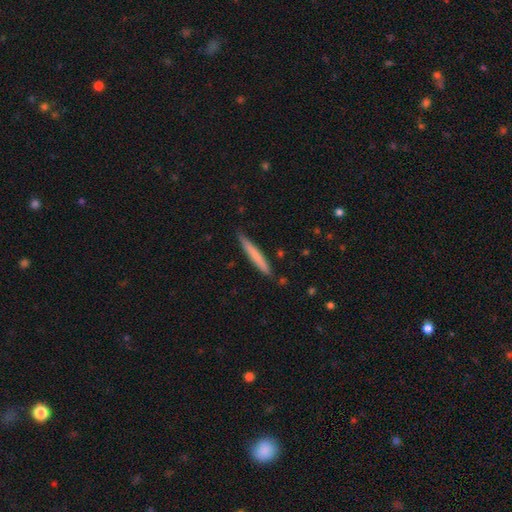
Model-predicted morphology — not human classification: Smooth or featured? smooth (70%)
How rounded? cigar-shaped (96%)
Merging? none (85%)